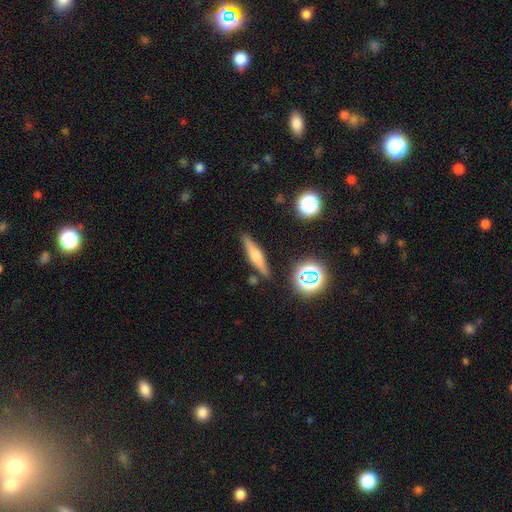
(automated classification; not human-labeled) smooth_or_featured: featured or disk (p=0.49) [alt: smooth p=0.40]
merging: none (p=0.87) [alt: minor disturbance p=0.09]